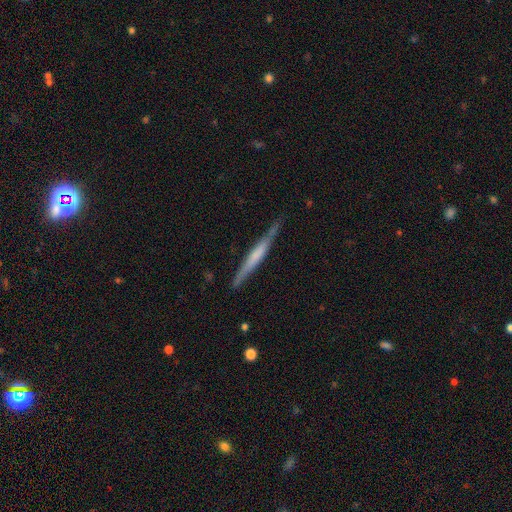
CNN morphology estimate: smooth_or_featured: featured or disk (p=0.58) [alt: smooth p=0.37]
disk_edge_on: yes (p=0.96) [alt: no p=0.04]
edge_on_bulge: none (p=0.45) [alt: boxy p=0.30]
merging: none (p=0.80) [alt: minor disturbance p=0.15]